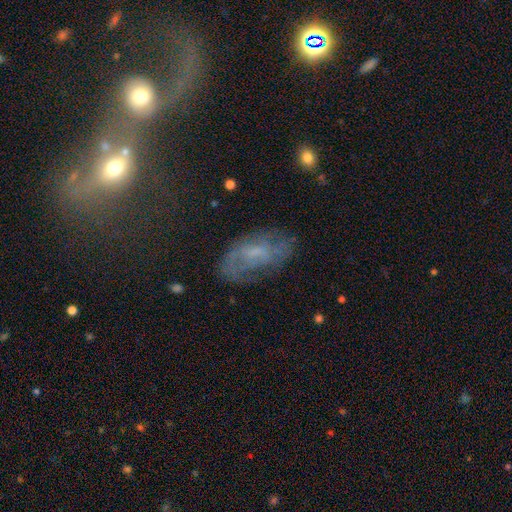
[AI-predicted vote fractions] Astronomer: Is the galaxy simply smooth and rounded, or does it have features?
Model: featured or disk — 60%.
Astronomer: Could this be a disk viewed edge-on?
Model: no — 93%.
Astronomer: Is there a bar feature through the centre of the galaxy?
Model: no — 51% (runner-up: weak, 40%).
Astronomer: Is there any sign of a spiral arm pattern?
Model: yes — 77%.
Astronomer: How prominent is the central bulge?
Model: small — 50%.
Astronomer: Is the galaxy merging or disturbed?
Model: none — 66%.